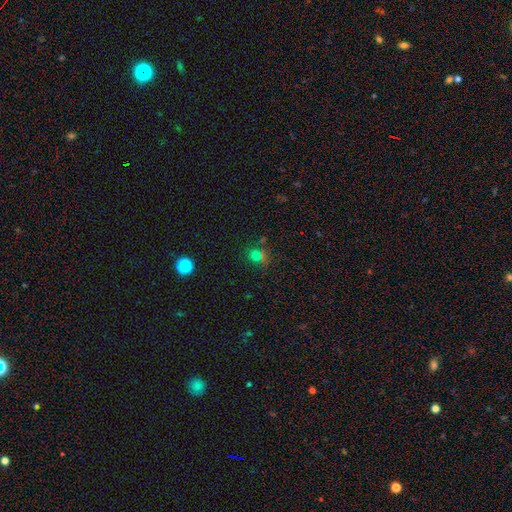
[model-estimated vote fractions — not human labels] Smooth or featured? smooth (56%)
How rounded? round (81%)
Merging? none (71%)